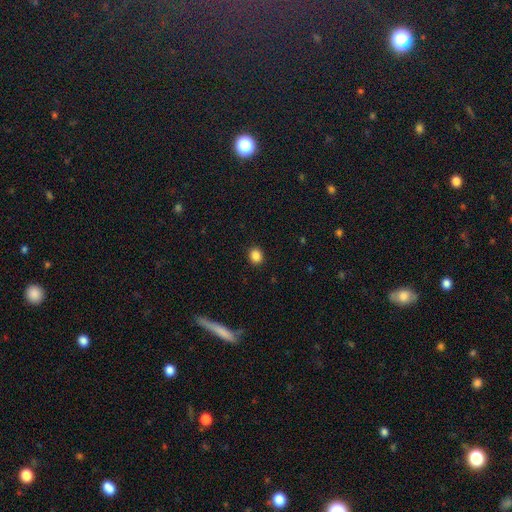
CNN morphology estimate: Smooth or featured? Predicted: smooth (p=0.86). How rounded? Predicted: round (p=0.72). Merging? Predicted: none (p=0.91).